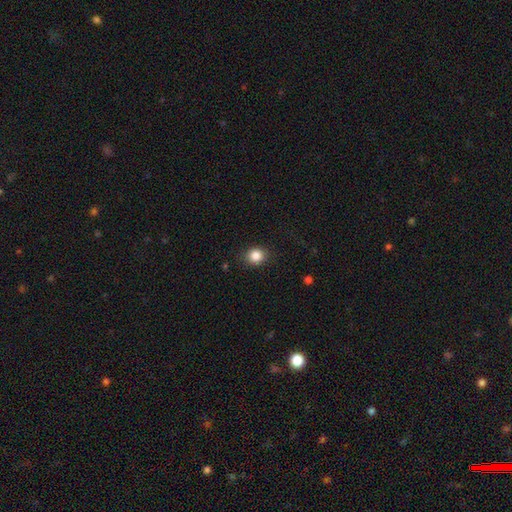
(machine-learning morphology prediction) The model was most divided on "how rounded": round: 74%, in between: 25%, cigar-shaped: 1%. More confident: merging — none (87%); smooth or featured — smooth (85%).